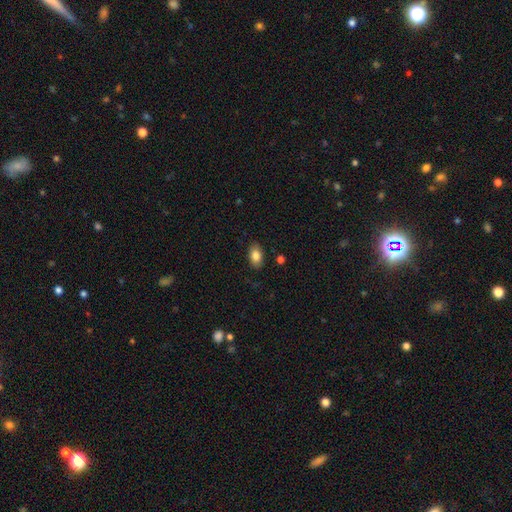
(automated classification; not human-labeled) Q: Smooth or featured?
A: smooth (84%); runner-up: star or artifact (8%)
Q: How rounded?
A: in between (90%); runner-up: round (9%)
Q: Merging?
A: none (86%); runner-up: minor disturbance (10%)